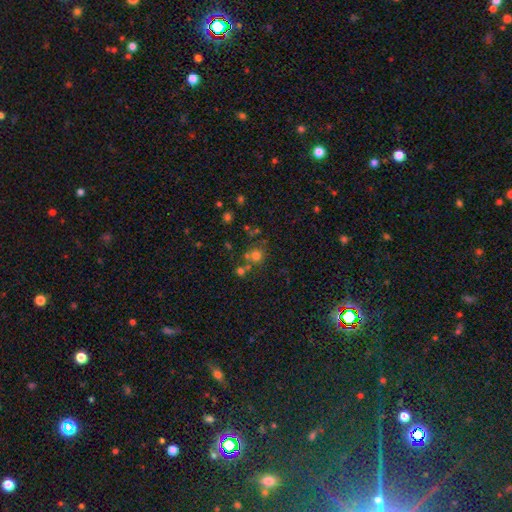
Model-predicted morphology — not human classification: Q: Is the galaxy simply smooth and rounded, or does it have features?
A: smooth — 66%.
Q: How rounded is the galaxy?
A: round — 88%.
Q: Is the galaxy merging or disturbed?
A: none — 60%.